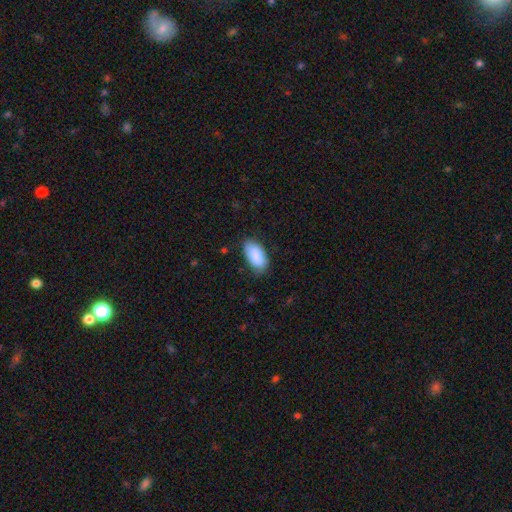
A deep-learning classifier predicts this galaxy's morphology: Smooth or featured? smooth (88%)
How rounded? in between (94%)
Merging? none (76%)